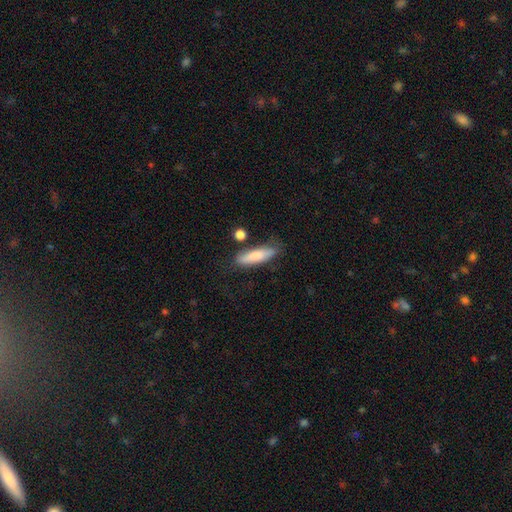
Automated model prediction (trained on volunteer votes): Overall: smooth (79%). How rounded: cigar-shaped (68%; in between 30%). Merging: none (72%).